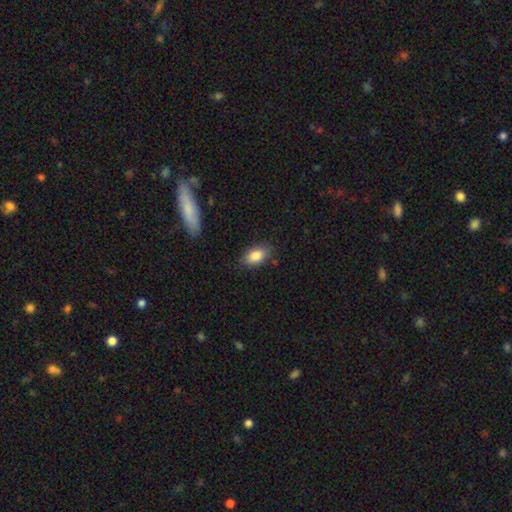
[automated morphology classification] Smooth or featured? Predicted: smooth (p=0.84). How rounded? Predicted: in between (p=0.91). Merging? Predicted: none (p=0.83).